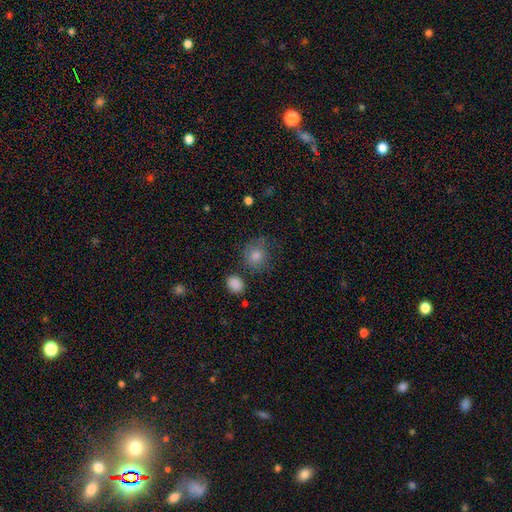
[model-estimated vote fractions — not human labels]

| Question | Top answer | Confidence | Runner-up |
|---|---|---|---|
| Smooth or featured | smooth | 75% | star or artifact (14%) |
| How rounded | round | 82% | in between (17%) |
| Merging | none | 66% | minor disturbance (21%) |